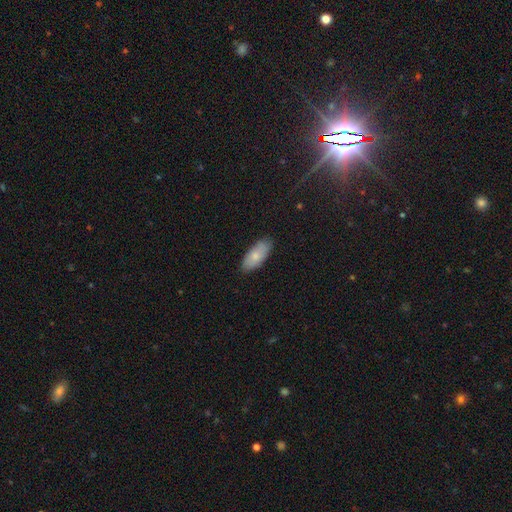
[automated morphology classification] Smooth or featured? Predicted: smooth (p=0.78). How rounded? Predicted: in between (p=0.85). Merging? Predicted: none (p=0.83).